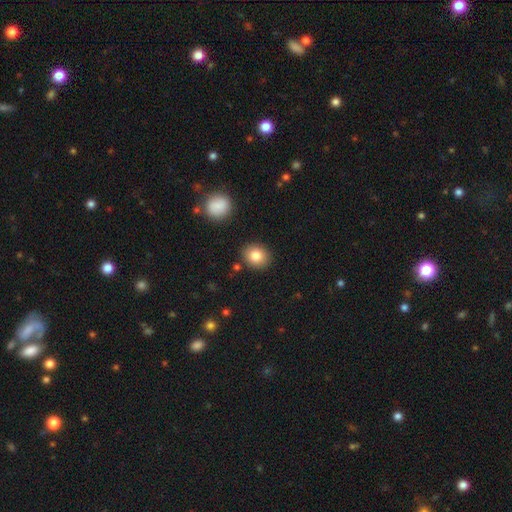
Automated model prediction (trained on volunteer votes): Q: Smooth or featured?
A: smooth (83%); runner-up: star or artifact (9%)
Q: How rounded?
A: round (64%); runner-up: in between (36%)
Q: Merging?
A: none (87%); runner-up: minor disturbance (8%)